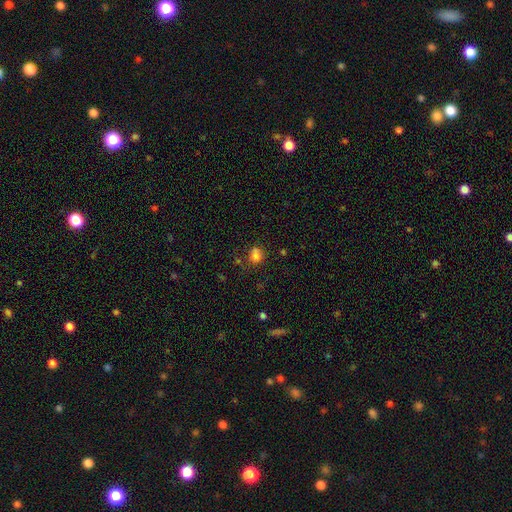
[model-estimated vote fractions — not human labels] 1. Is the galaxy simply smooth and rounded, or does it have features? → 76% smooth, 16% star or artifact, 8% featured or disk.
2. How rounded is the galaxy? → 58% round, 40% in between, 1% cigar-shaped.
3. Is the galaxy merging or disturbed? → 56% none, 22% minor disturbance, 13% merger, 9% major disturbance.